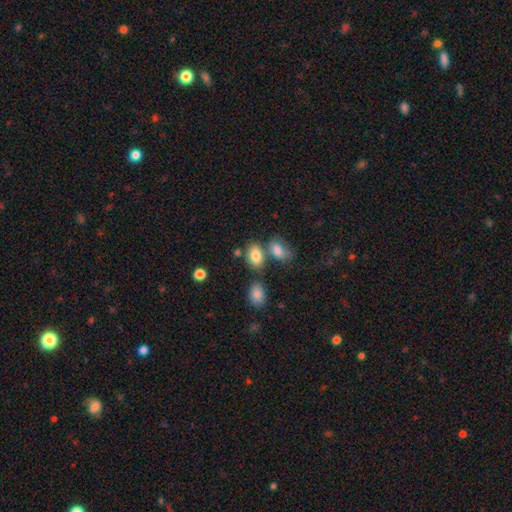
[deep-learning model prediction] smooth_or_featured: smooth (p=0.82) [alt: featured or disk p=0.09]
how_rounded: in between (p=0.85) [alt: round p=0.13]
merging: none (p=0.58) [alt: merger p=0.25]